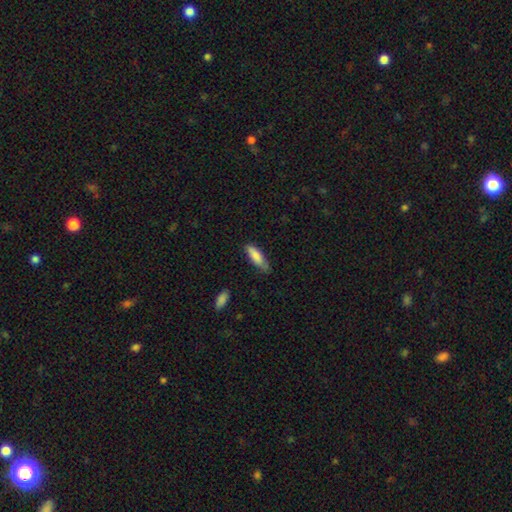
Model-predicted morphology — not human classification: smooth-or-featured: smooth: 83% | featured or disk: 11% | star or artifact: 6%
  how-rounded: cigar-shaped: 50% | in between: 48% | round: 1%
  merging: none: 64% | minor disturbance: 29% | major disturbance: 5% | merger: 2%